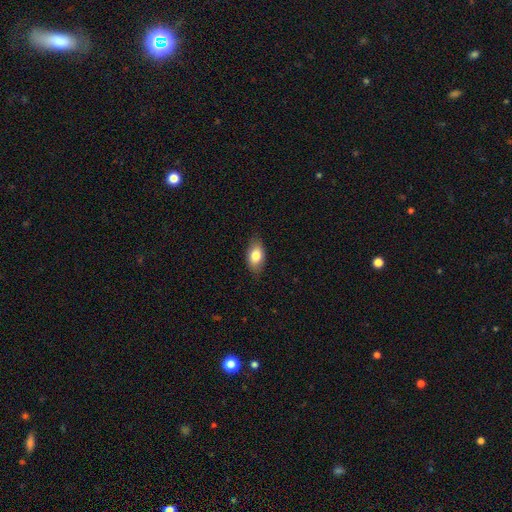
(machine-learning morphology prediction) Q: Smooth or featured?
A: smooth (81%); runner-up: featured or disk (12%)
Q: How rounded?
A: in between (90%); runner-up: round (7%)
Q: Merging?
A: none (83%); runner-up: minor disturbance (13%)